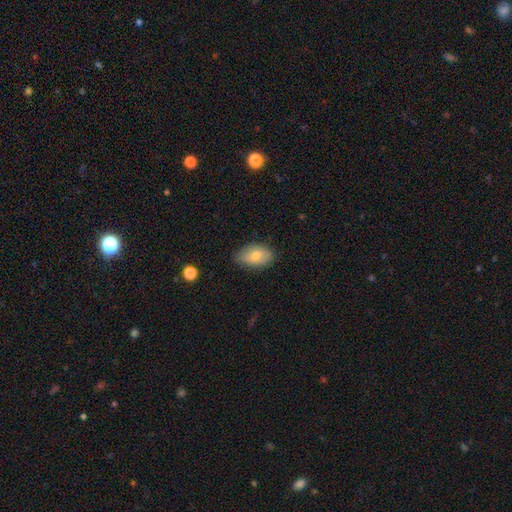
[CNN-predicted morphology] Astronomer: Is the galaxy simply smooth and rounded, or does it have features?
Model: smooth — 75%.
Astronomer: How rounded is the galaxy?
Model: in between — 91%.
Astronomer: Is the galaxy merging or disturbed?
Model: none — 79%.